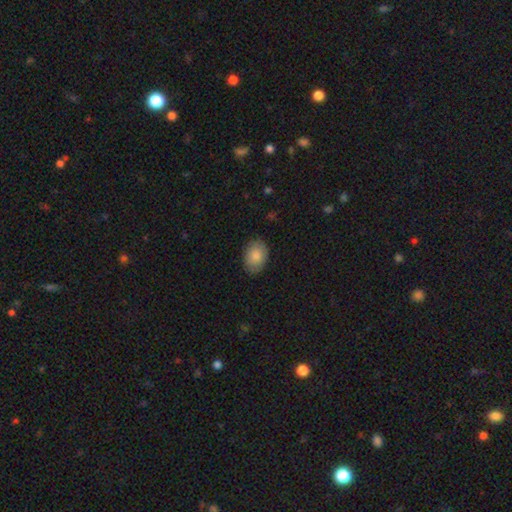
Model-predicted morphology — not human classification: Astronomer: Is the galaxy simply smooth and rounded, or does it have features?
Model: smooth — 85%.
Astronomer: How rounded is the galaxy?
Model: in between — 78%.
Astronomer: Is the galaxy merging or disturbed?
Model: none — 85%.